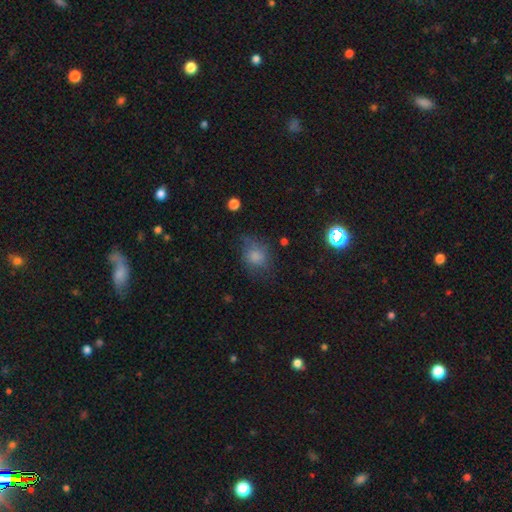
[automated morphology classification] Overall: smooth (74%). How rounded: round (55%; in between 43%). Merging: none (55%; minor disturbance 27%).